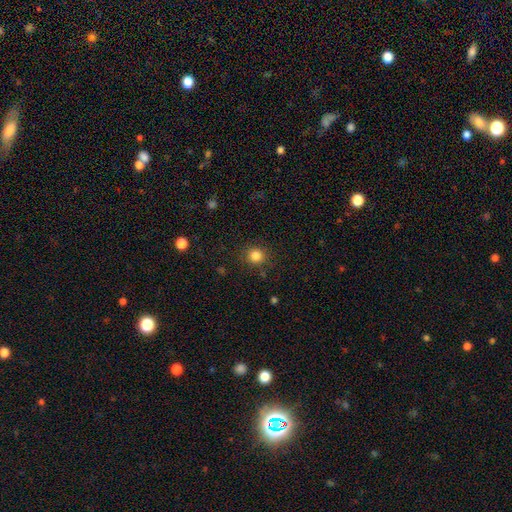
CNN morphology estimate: Overall: smooth (84%). How rounded: round (90%). Merging: none (88%).